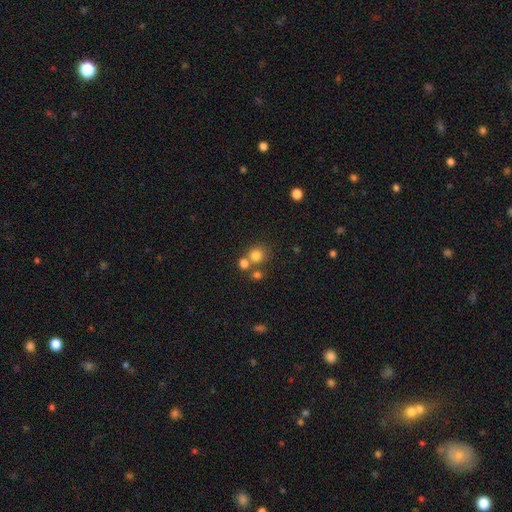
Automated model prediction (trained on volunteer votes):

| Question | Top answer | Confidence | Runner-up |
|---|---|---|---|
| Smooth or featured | smooth | 77% | star or artifact (15%) |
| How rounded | round | 87% | in between (12%) |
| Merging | none | 60% | merger (28%) |